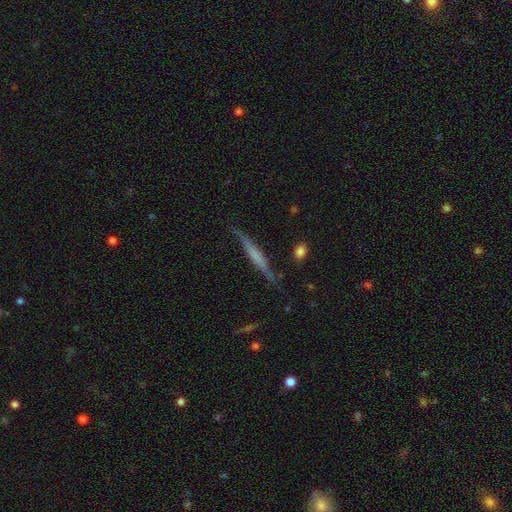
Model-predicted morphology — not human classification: featured or disk 57%, smooth 37%, star or artifact 7%. Down the decision tree: edge-on disk — yes (94%); edge-on bulge — none (58%); merging — none (77%).